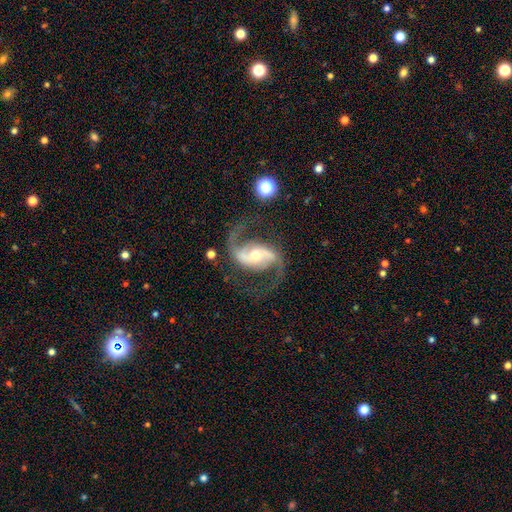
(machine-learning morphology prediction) A featured or disk galaxy (92%) with a strong bar (36%), 2 (94%) loose (49%) spiral arms (98%) and a moderate central bulge (59%). Merging: none (78%).